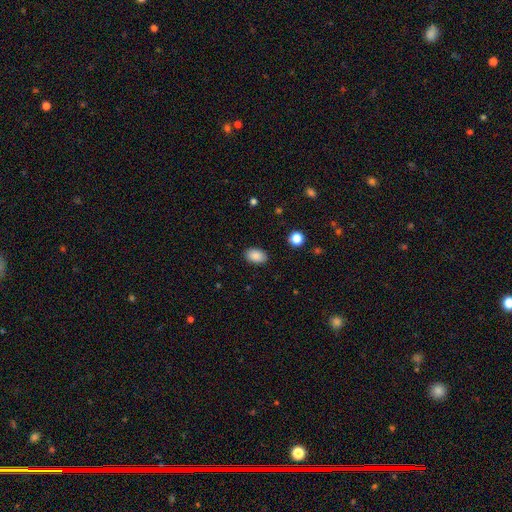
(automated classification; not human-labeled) This appears to be a smooth galaxy with no disk features (88%) that is in between round and cigar-shaped (88%). Merging: none (88%).